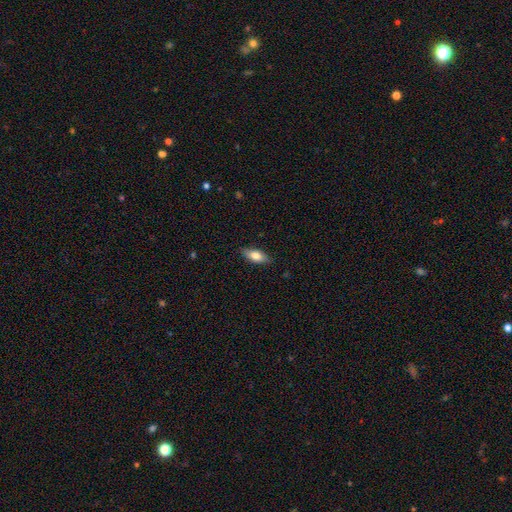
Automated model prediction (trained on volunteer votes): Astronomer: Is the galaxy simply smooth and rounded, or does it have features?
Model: smooth — 74%.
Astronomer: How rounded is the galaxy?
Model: in between — 81%.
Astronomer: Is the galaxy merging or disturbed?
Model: none — 85%.